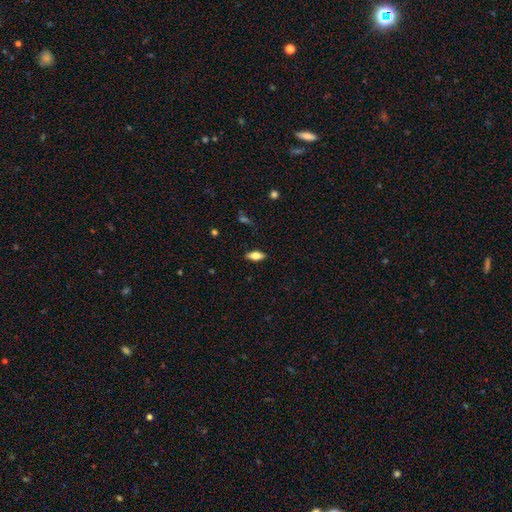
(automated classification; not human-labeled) The model was most divided on "smooth or featured": smooth: 69%, featured or disk: 23%, star or artifact: 8%. More confident: merging — none (87%); how rounded — in between (82%).